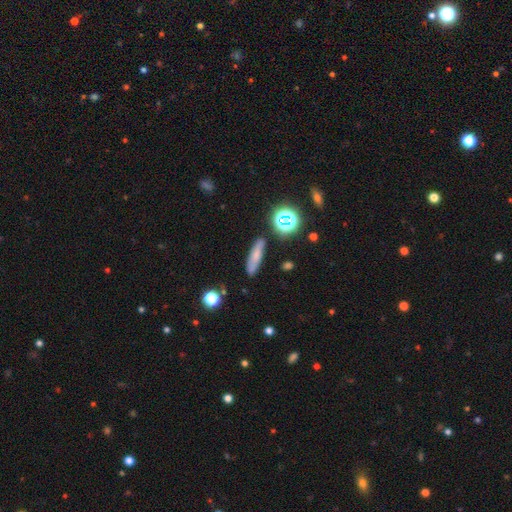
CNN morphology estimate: This is likely a smooth galaxy (67%). How rounded: likely cigar-shaped (69%). Merging: clearly none (82%).